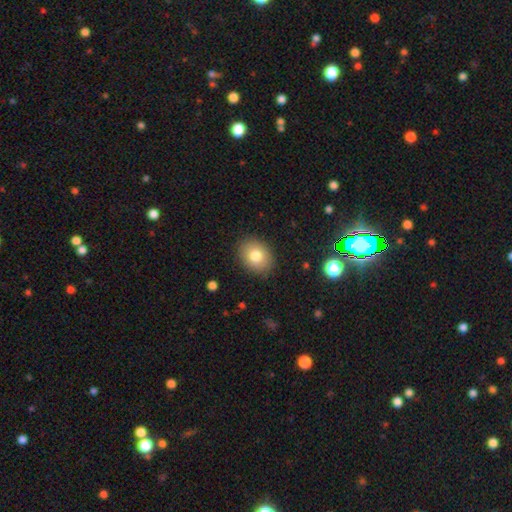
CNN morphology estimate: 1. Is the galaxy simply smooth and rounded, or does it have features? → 79% smooth, 11% featured or disk, 10% star or artifact.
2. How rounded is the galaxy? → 52% in between, 47% round, 1% cigar-shaped.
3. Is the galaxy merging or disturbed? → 88% none, 9% minor disturbance, 3% major disturbance, 1% merger.